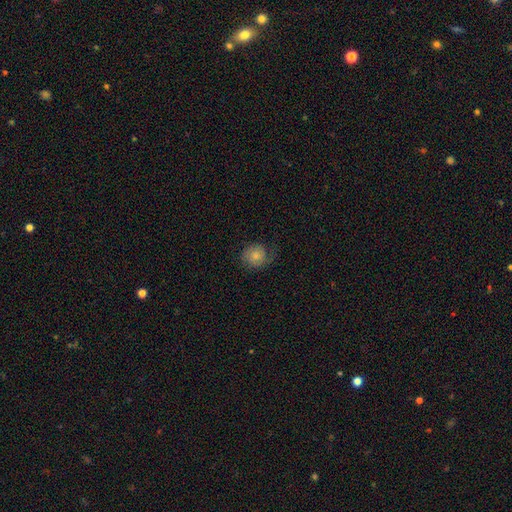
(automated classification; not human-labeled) Smooth or featured? Predicted: smooth (p=0.64). How rounded? Predicted: round (p=0.79). Merging? Predicted: none (p=0.62).